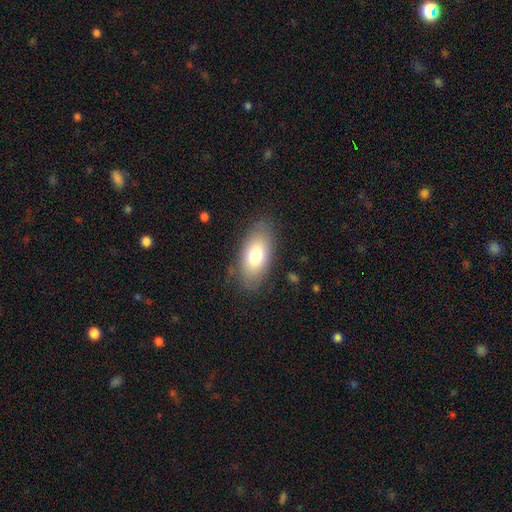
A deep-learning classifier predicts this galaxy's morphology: The model was most divided on "smooth or featured": smooth: 77%, featured or disk: 16%, star or artifact: 7%. More confident: how rounded — in between (91%); merging — none (82%).